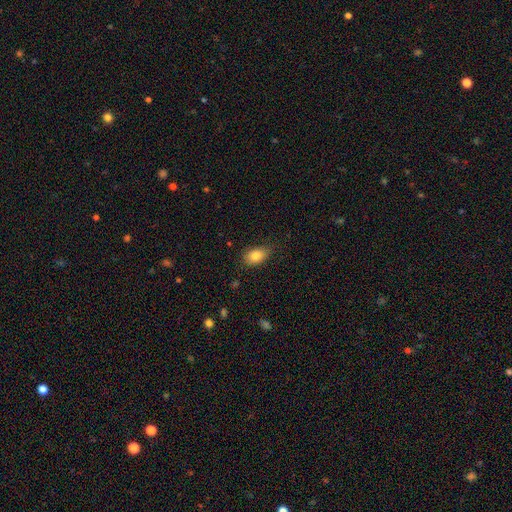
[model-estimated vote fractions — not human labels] Smooth or featured: smooth — 83% (featured or disk — 9%)
How rounded: in between — 87% (round — 11%)
Merging: none — 77% (minor disturbance — 19%)